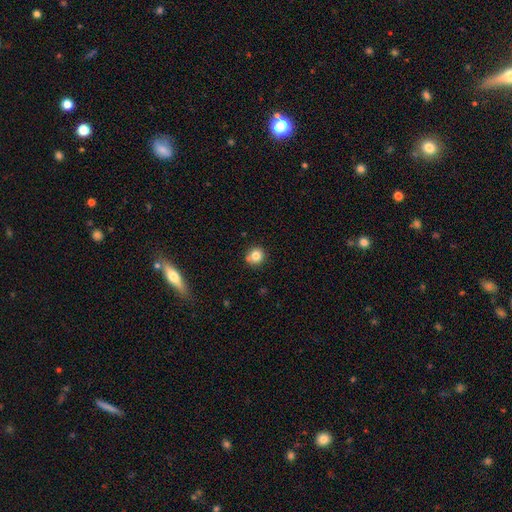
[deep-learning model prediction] Smooth or featured: smooth — 81% (star or artifact — 11%)
How rounded: round — 91% (in between — 8%)
Merging: none — 78% (minor disturbance — 12%)